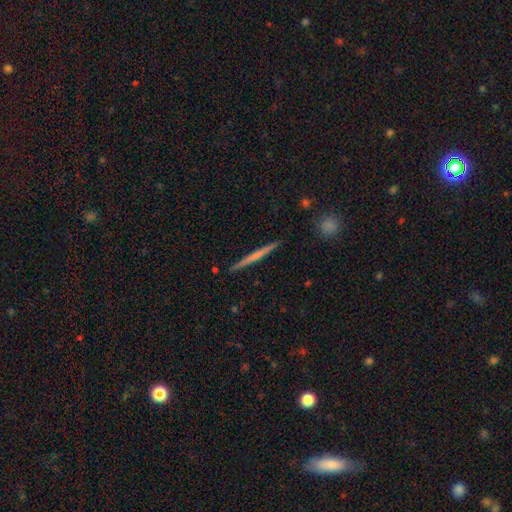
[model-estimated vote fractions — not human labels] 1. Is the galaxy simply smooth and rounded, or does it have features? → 52% featured or disk, 42% smooth, 6% star or artifact.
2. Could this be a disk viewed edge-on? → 98% yes, 2% no.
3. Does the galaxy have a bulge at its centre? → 79% none, 16% rounded, 5% boxy.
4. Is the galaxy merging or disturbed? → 92% none, 6% minor disturbance, 1% major disturbance, 1% merger.